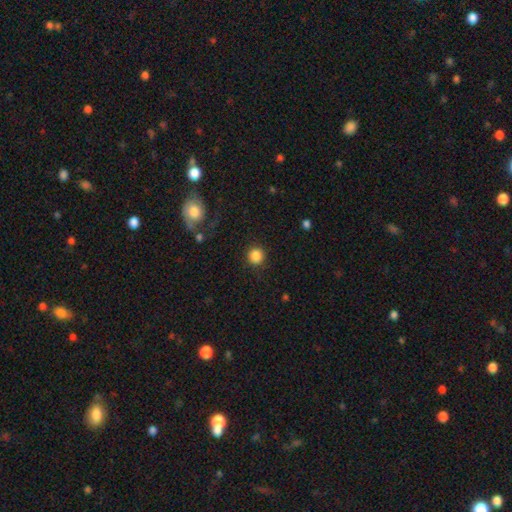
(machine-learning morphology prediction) This is clearly a smooth galaxy (86%). How rounded: clearly round (93%). Merging: clearly none (89%).